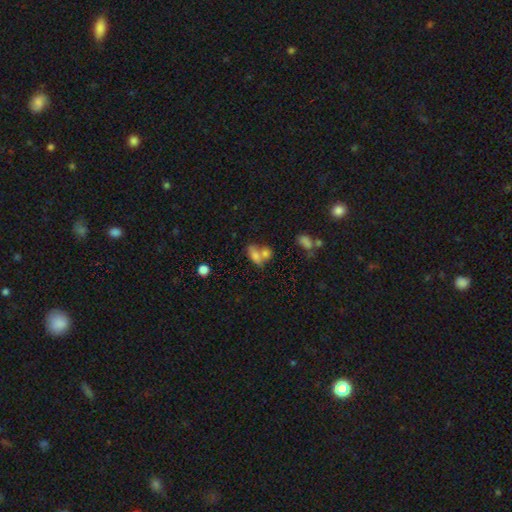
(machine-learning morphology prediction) This appears to be a smooth galaxy with no disk features (74%) that is in between round and cigar-shaped (78%). Merging: merger (49%).